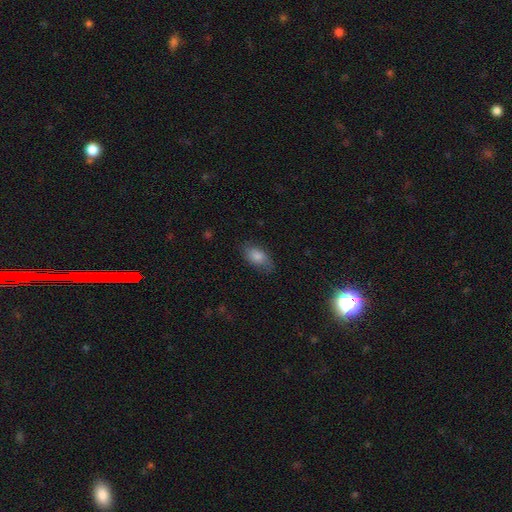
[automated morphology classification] Smooth or featured: smooth — 78% (featured or disk — 13%)
How rounded: in between — 90% (round — 6%)
Merging: none — 74% (minor disturbance — 20%)